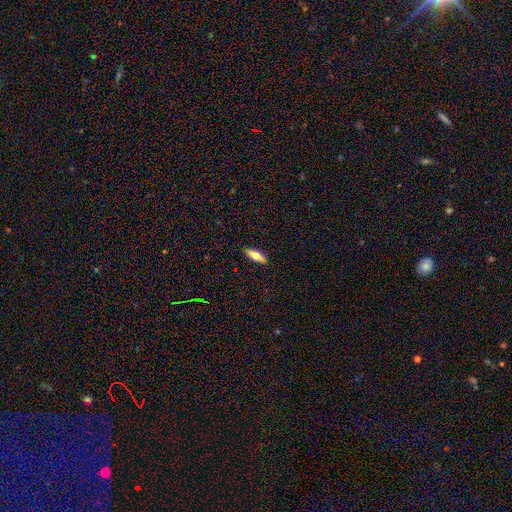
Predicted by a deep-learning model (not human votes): Q: Smooth or featured?
A: smooth (61%); runner-up: featured or disk (33%)
Q: How rounded?
A: in between (50%); runner-up: cigar-shaped (47%)
Q: Merging?
A: none (90%); runner-up: minor disturbance (8%)